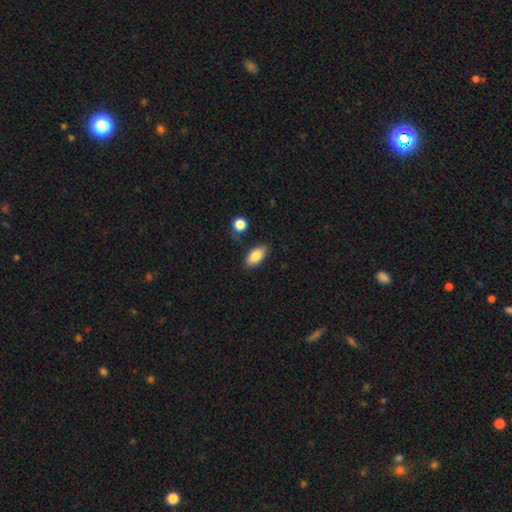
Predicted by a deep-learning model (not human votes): Overall: smooth (84%). How rounded: in between (91%). Merging: none (78%).